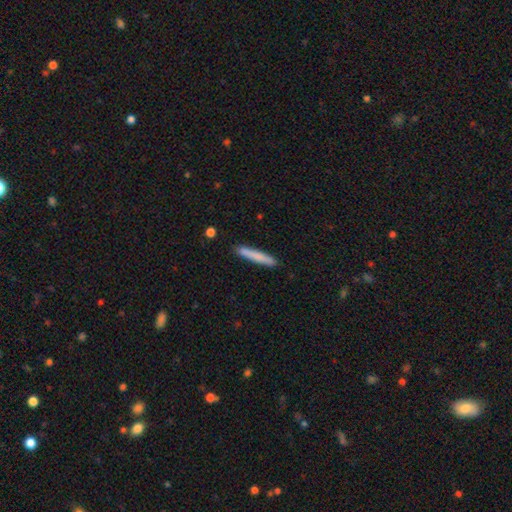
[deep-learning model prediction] Overall: smooth (78%). How rounded: cigar-shaped (95%). Merging: none (90%).